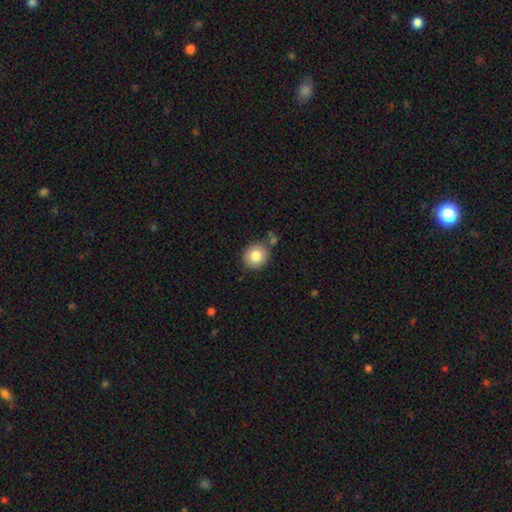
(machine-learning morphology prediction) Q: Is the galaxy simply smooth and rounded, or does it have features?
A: smooth — 83%.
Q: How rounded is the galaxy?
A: round — 85%.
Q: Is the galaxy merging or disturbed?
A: none — 77%.